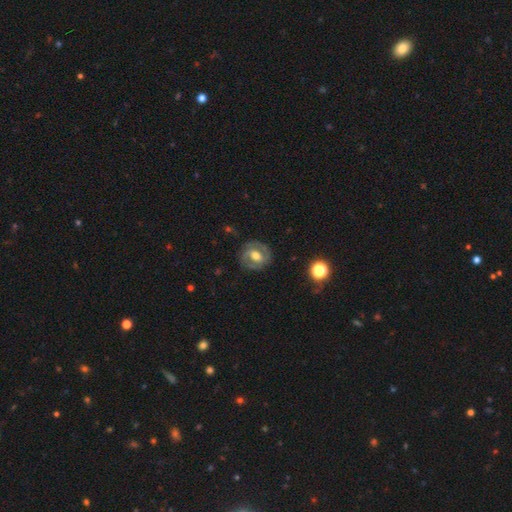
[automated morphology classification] A featured or disk galaxy (67%) with a weak bar (43%), spiral arms (75%) and a moderate central bulge (65%).

Vote fractions:
- Smooth or featured? featured or disk: 67% / smooth: 26% / star or artifact: 7%
- Edge-on disk? no: 96% / yes: 4%
- Bar? weak: 43% / no: 32% / strong: 25%
- Spiral arms? yes: 75% / no: 25%
- Bulge size? moderate: 65% / large: 20% / small: 11% / none: 2% / dominant: 2%
- Merging? none: 77% / minor disturbance: 15% / major disturbance: 6% / merger: 1%